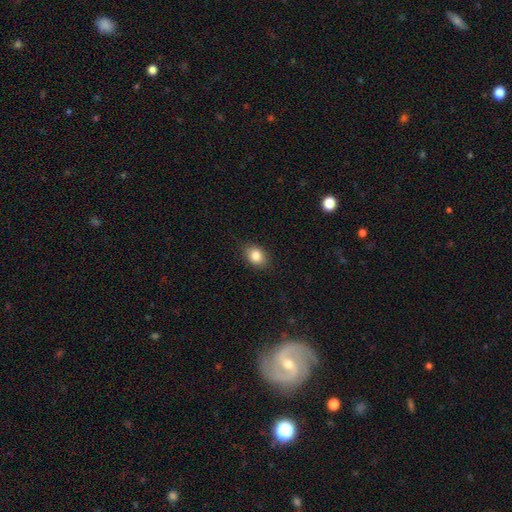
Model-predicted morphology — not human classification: The model was most divided on "how rounded": in between: 71%, round: 28%, cigar-shaped: 1%. More confident: merging — none (85%); smooth or featured — smooth (83%).